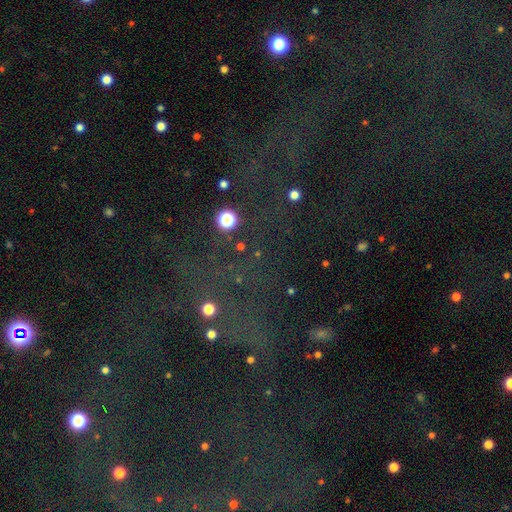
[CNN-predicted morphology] Smooth or featured? Predicted: star or artifact (p=0.77).